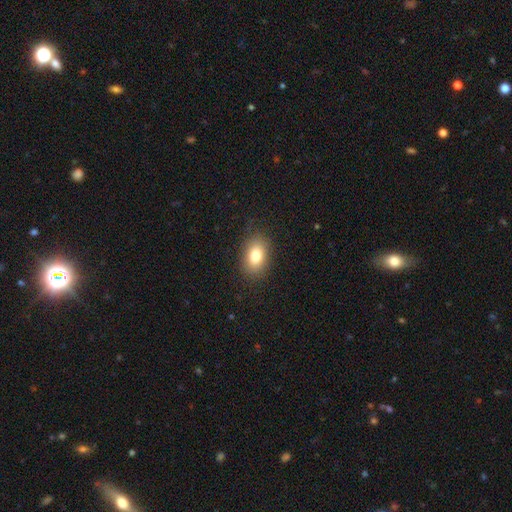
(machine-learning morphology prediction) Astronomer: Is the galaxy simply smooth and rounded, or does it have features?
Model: smooth — 80%.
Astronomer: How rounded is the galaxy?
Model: in between — 83%.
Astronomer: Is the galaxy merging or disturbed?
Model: none — 86%.